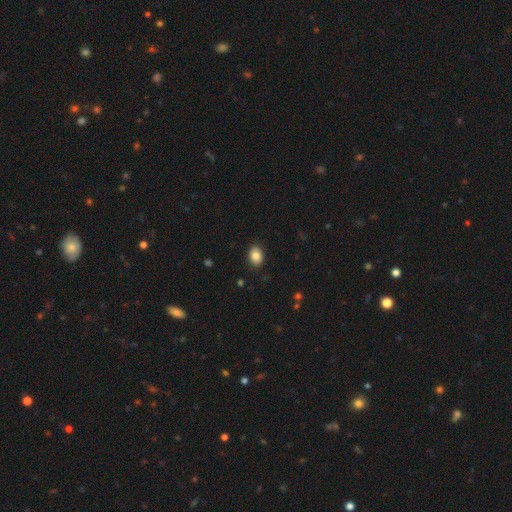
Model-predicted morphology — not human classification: The model was most divided on "how rounded": in between: 75%, round: 24%, cigar-shaped: 1%. More confident: merging — none (88%); smooth or featured — smooth (86%).